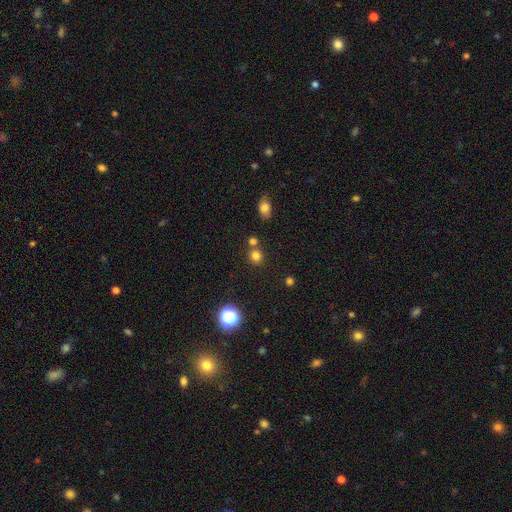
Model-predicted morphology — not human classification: smooth 76%, star or artifact 18%, featured or disk 6%. Down the decision tree: how rounded — round (85%); merging — none (67%).